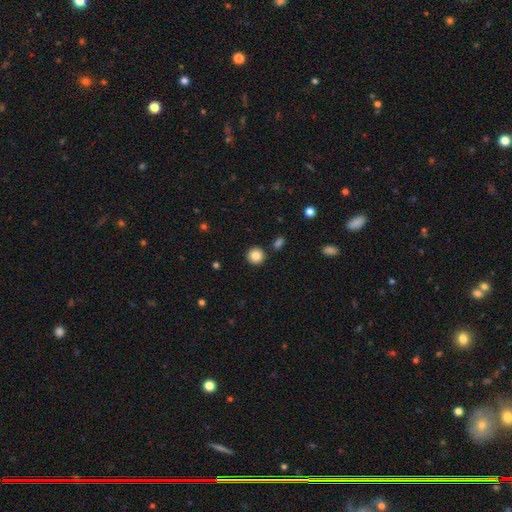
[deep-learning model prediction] Morphology: type=smooth (85%); roundness=round (94%); merging=none (90%).